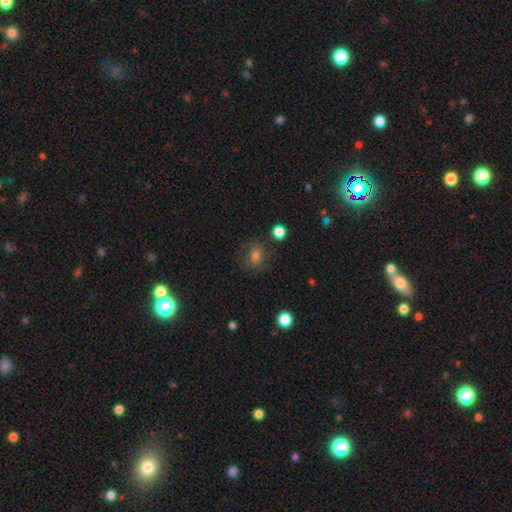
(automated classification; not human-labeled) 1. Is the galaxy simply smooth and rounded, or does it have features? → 66% smooth, 22% star or artifact, 12% featured or disk.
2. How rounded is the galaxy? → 67% round, 32% in between, 1% cigar-shaped.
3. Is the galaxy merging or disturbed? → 75% none, 16% minor disturbance, 7% major disturbance, 2% merger.